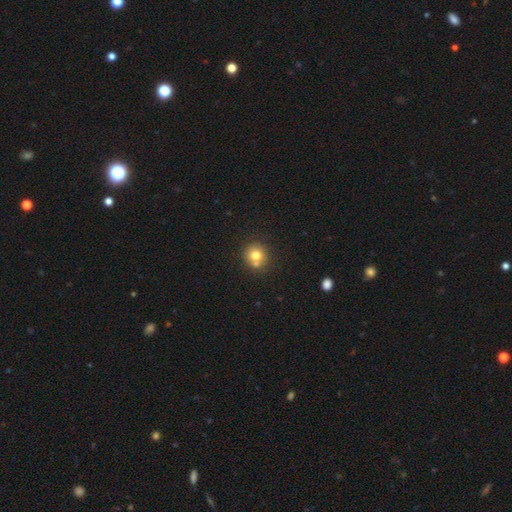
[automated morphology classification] smooth-or-featured: smooth: 75% | featured or disk: 13% | star or artifact: 12%
  how-rounded: round: 89% | in between: 10% | cigar-shaped: 1%
  merging: none: 61% | merger: 27% | minor disturbance: 10% | major disturbance: 3%